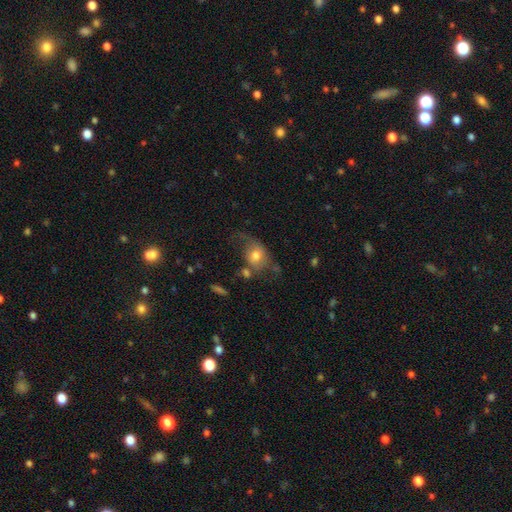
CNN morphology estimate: A smooth galaxy with no disk features (59%) that is in between round and cigar-shaped (56%). Merging: none (32%).